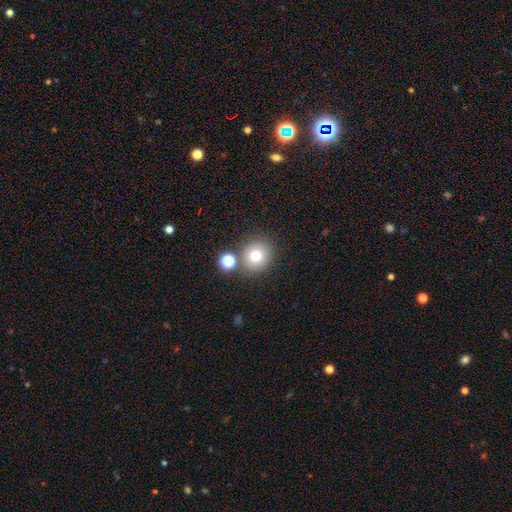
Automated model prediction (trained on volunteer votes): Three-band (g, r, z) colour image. It shows a smooth galaxy with no disk features (75%) that is round (88%). Merging: none (76%).